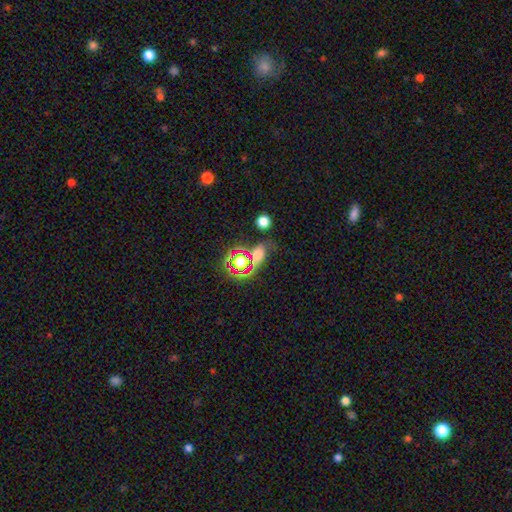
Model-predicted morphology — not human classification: Smooth or featured? star or artifact (60%)